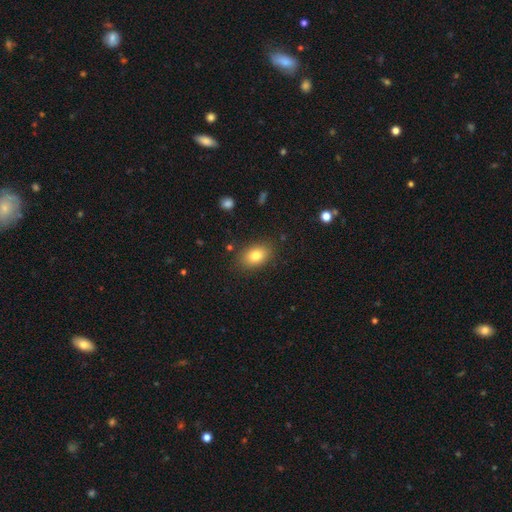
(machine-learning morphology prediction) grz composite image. It shows a smooth galaxy with no disk features (81%) that is in between round and cigar-shaped (82%). Merging: none (85%).